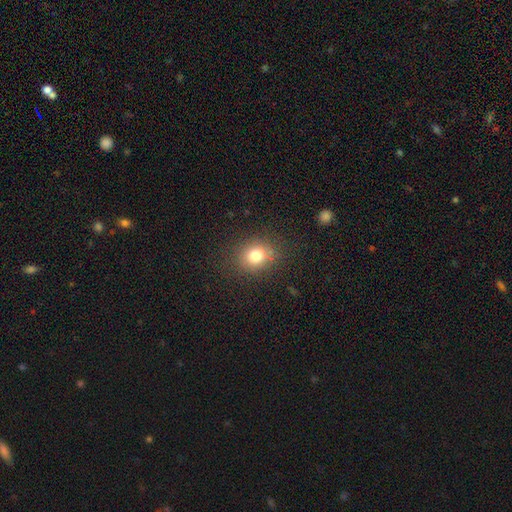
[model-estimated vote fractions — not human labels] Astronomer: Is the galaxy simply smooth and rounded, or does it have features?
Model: smooth — 78%.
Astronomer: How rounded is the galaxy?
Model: round — 70%.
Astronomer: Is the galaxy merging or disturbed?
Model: none — 83%.